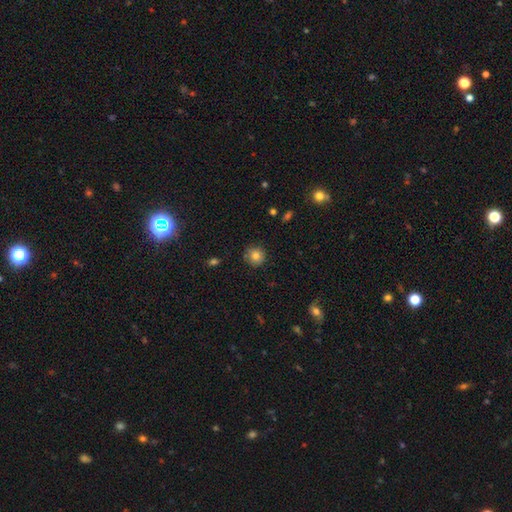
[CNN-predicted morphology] Q: Smooth or featured?
A: smooth (81%); runner-up: star or artifact (11%)
Q: How rounded?
A: round (93%); runner-up: in between (6%)
Q: Merging?
A: none (86%); runner-up: minor disturbance (11%)